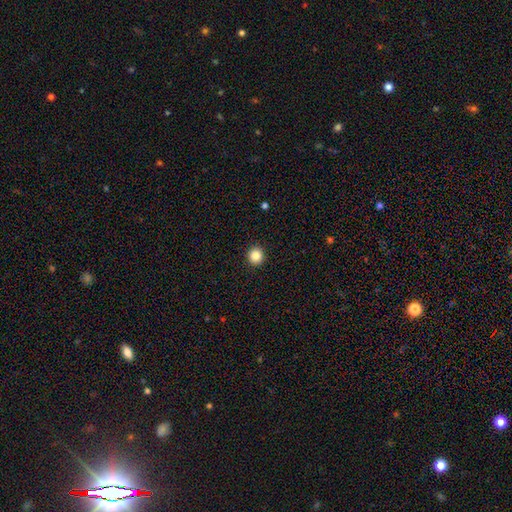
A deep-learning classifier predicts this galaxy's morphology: Smooth or featured? Predicted: smooth (p=0.86). How rounded? Predicted: round (p=0.93). Merging? Predicted: none (p=0.93).